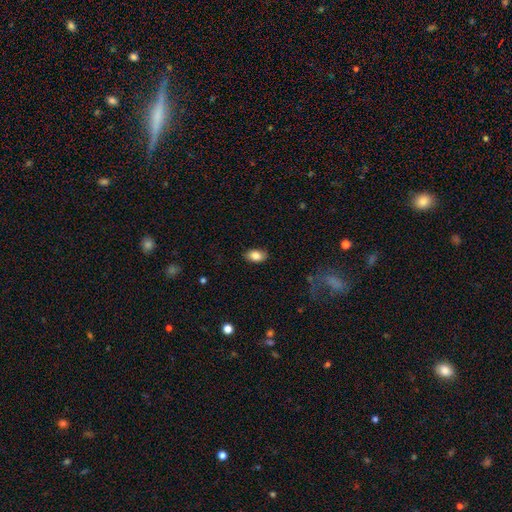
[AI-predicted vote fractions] Morphology: type=smooth (84%); roundness=in between (90%); merging=none (85%).